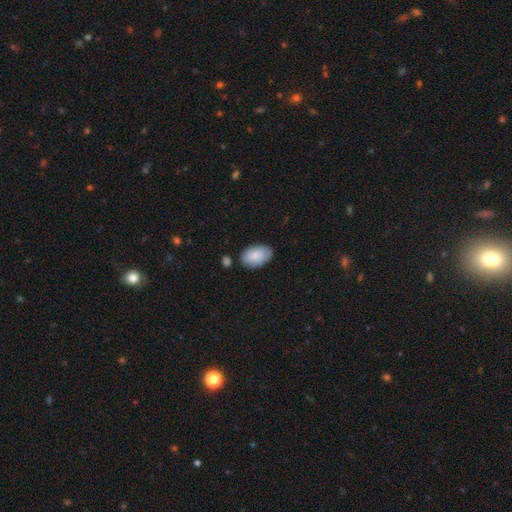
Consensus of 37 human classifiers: Morphology: type=smooth (84%); roundness=in between (97%); merging=none (86%).